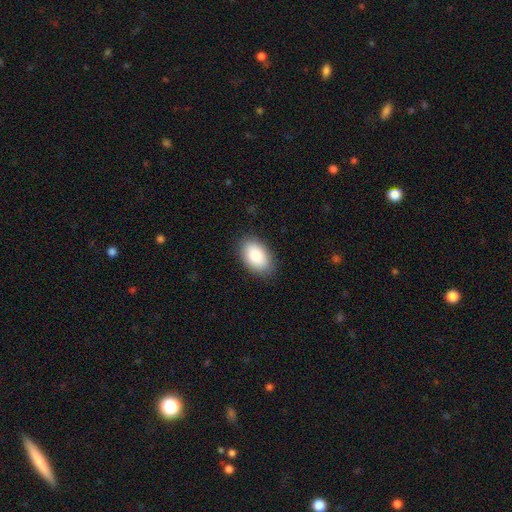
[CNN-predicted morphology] Smooth or featured? smooth (89%)
How rounded? in between (93%)
Merging? none (86%)